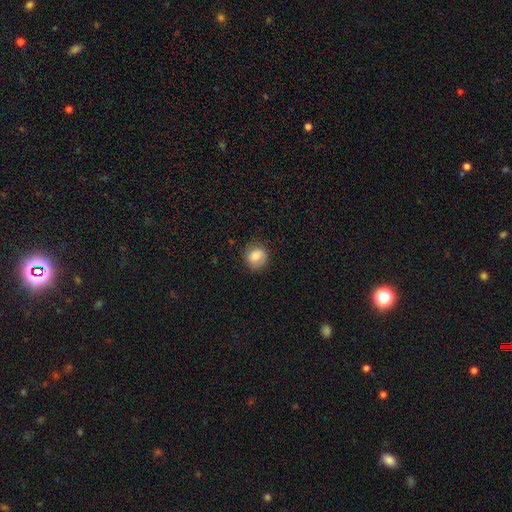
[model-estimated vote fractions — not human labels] smooth_or_featured: smooth (p=0.75) [alt: featured or disk p=0.16]
how_rounded: round (p=0.82) [alt: in between p=0.17]
merging: none (p=0.81) [alt: minor disturbance p=0.14]